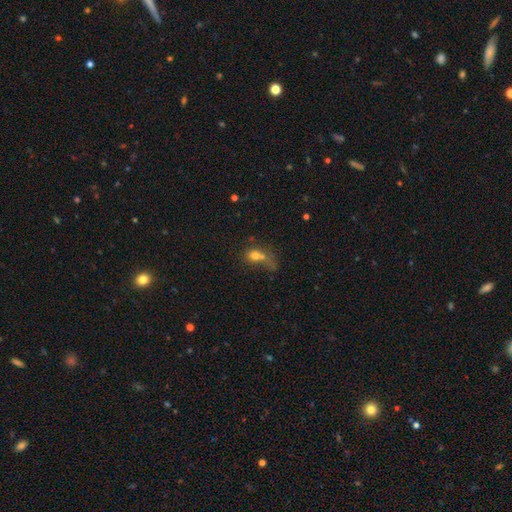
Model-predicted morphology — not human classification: Smooth or featured?
  - smooth: 69% *
  - featured or disk: 18%
  - star or artifact: 13%
How rounded?
  - in between: 50% *
  - round: 47%
  - cigar-shaped: 3%
Merging?
  - merger: 45% *
  - none: 22%
  - major disturbance: 21%
  - minor disturbance: 12%